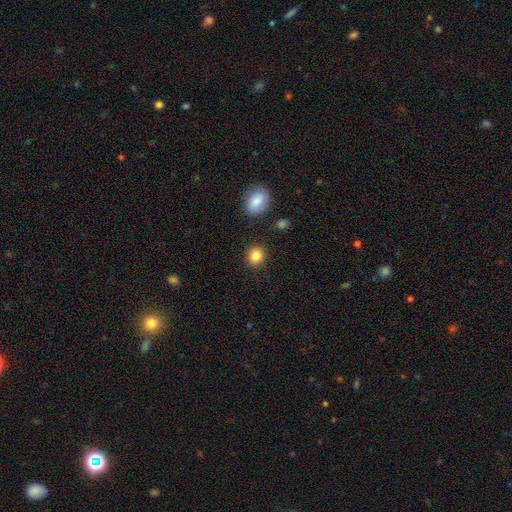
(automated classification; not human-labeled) A smooth galaxy with no disk features (86%) that is round (84%). Merging: none (89%).